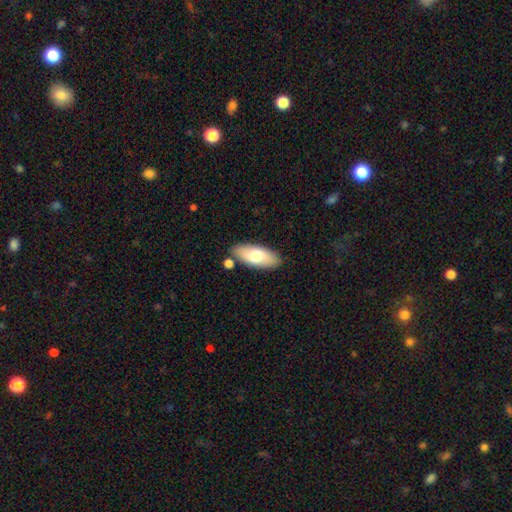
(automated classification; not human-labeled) Overall: smooth (69%). How rounded: in between (84%). Merging: none (81%).